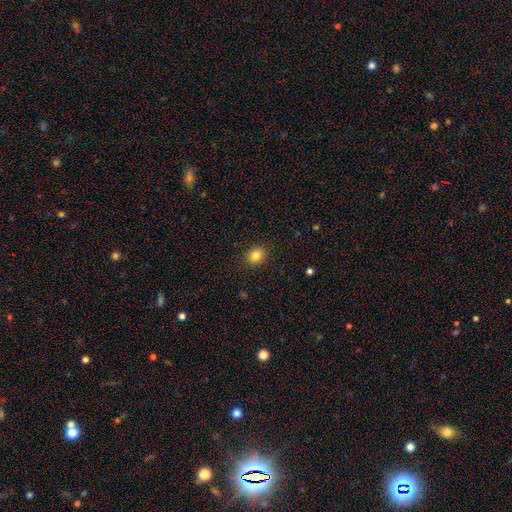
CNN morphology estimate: Smooth or featured? smooth (83%)
How rounded? round (67%)
Merging? none (90%)